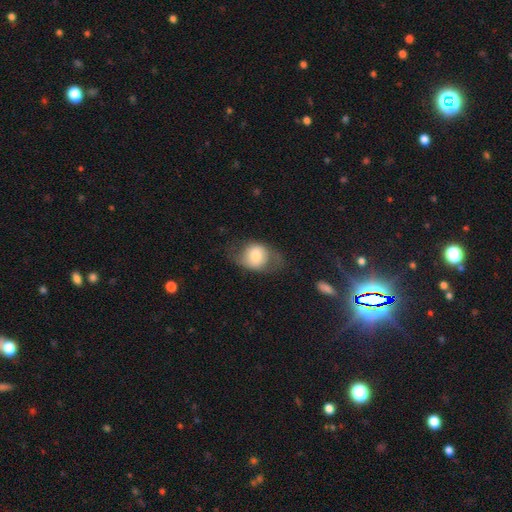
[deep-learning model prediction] smooth_or_featured: smooth (p=0.60) [alt: featured or disk p=0.33]
how_rounded: round (p=0.49) [tied with: in between p=0.49]
merging: none (p=0.57) [alt: minor disturbance p=0.24]